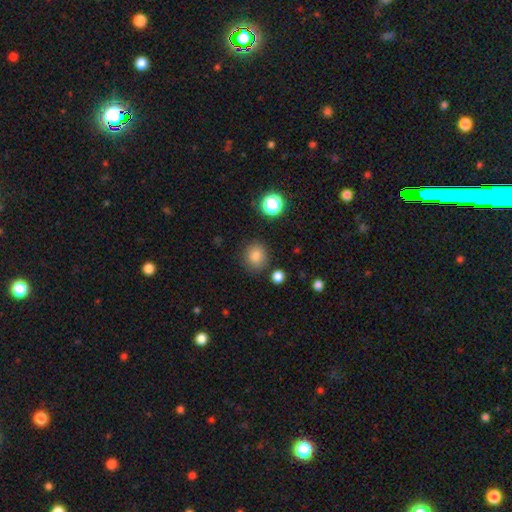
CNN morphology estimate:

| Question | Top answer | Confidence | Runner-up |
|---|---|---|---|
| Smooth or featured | smooth | 82% | star or artifact (13%) |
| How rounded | round | 74% | in between (25%) |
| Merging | none | 82% | minor disturbance (11%) |